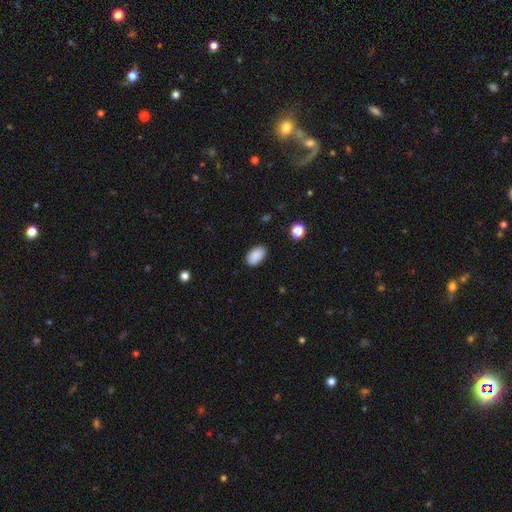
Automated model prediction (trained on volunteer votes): Smooth or featured? smooth (89%)
How rounded? in between (93%)
Merging? none (87%)